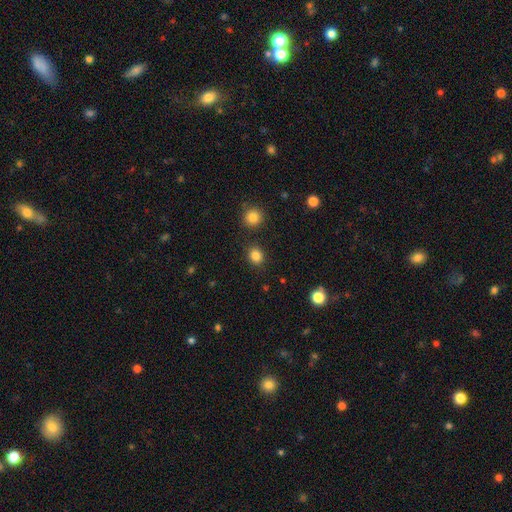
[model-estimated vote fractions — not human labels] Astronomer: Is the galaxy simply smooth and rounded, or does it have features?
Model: smooth — 84%.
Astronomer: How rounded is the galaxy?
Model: round — 71%.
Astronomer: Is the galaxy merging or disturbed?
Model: none — 88%.